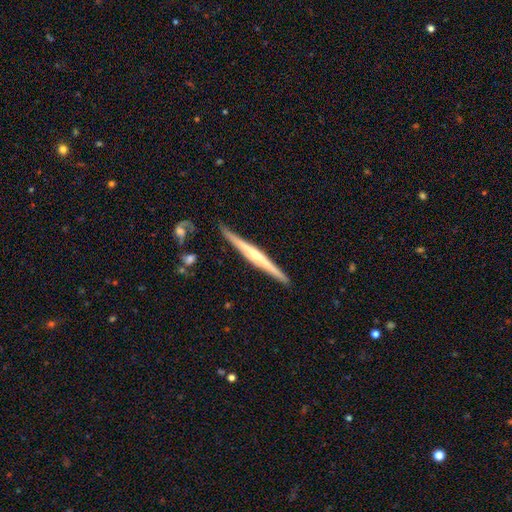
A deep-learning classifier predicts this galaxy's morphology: The model was most divided on "smooth or featured": featured or disk: 76%, smooth: 19%, star or artifact: 5%. More confident: edge-on disk — yes (97%); merging — none (87%); edge-on bulge — rounded (77%).